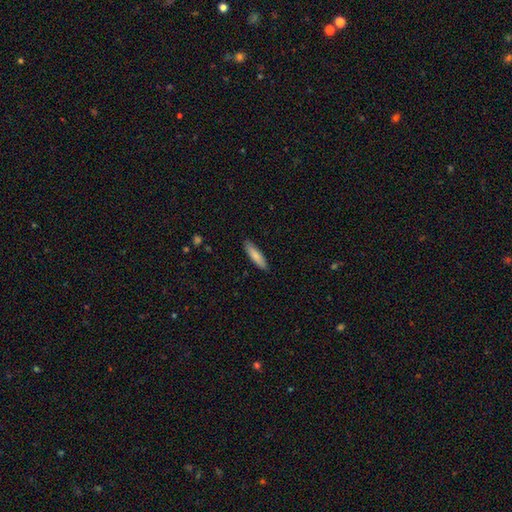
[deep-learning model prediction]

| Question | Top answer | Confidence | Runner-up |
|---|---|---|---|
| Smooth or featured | smooth | 83% | featured or disk (12%) |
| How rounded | cigar-shaped | 71% | in between (28%) |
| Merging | none | 89% | minor disturbance (8%) |